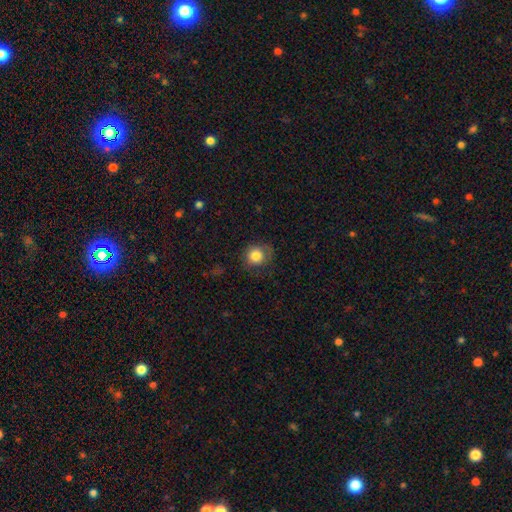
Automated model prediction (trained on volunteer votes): A smooth galaxy with no disk features (81%) that is round (85%). Merging: none (67%).